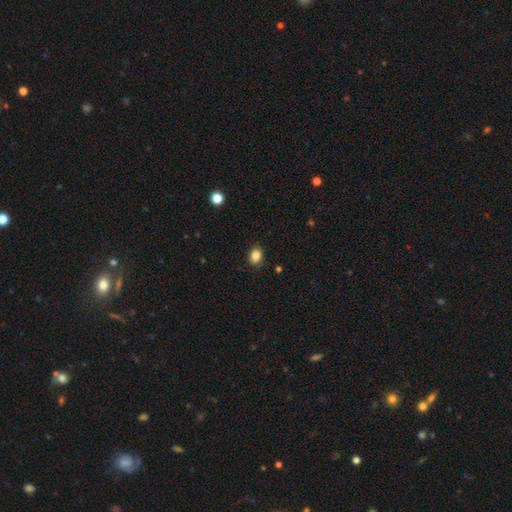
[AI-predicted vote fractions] A smooth galaxy with no disk features (86%) that is in between round and cigar-shaped (53%). Merging: none (88%).